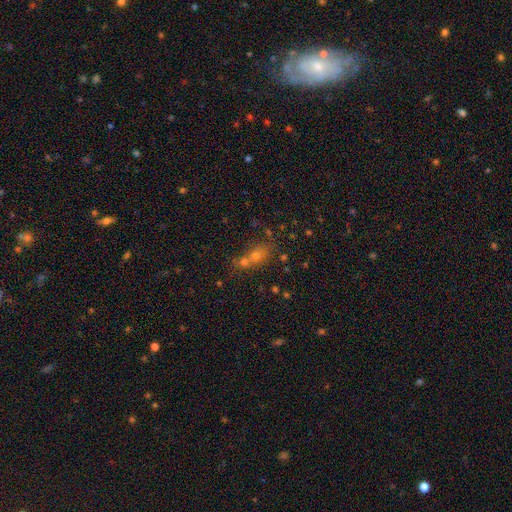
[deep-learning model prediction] This appears to be a smooth galaxy with no disk features (56%) that is round (55%). Merging: merger (44%).